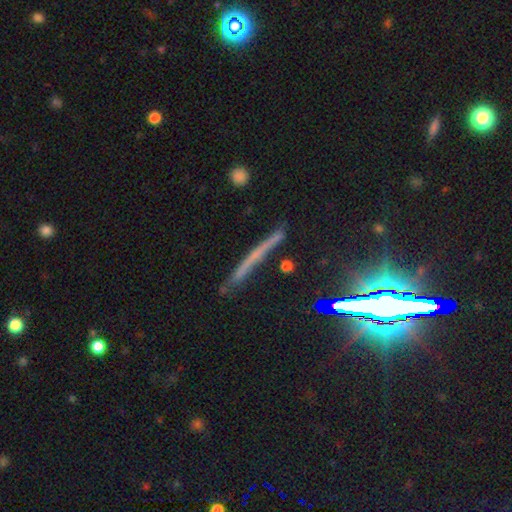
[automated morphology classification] smooth_or_featured: featured or disk (p=0.45) [alt: smooth p=0.28]
merging: none (p=0.82) [alt: minor disturbance p=0.12]